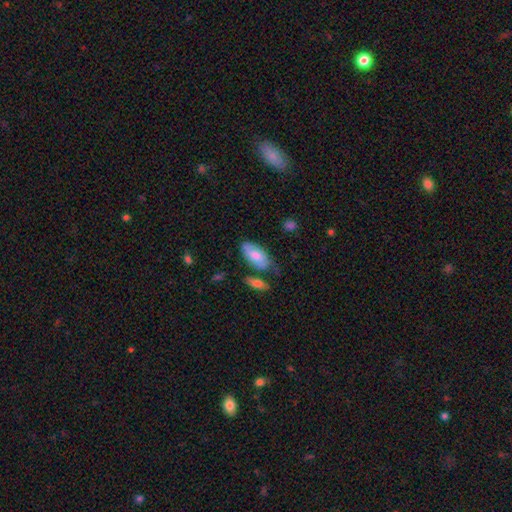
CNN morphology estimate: A smooth galaxy with no disk features (63%) that is in between round and cigar-shaped (91%). Merging: none (56%).